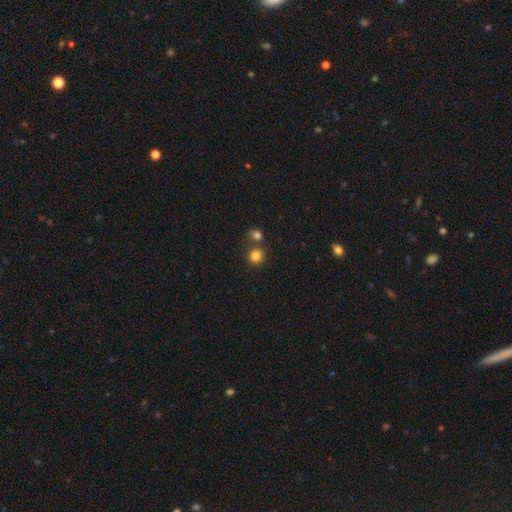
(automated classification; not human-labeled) smooth-or-featured: smooth: 83% | star or artifact: 12% | featured or disk: 5%
  how-rounded: round: 91% | in between: 8% | cigar-shaped: 1%
  merging: none: 67% | merger: 23% | minor disturbance: 7% | major disturbance: 3%